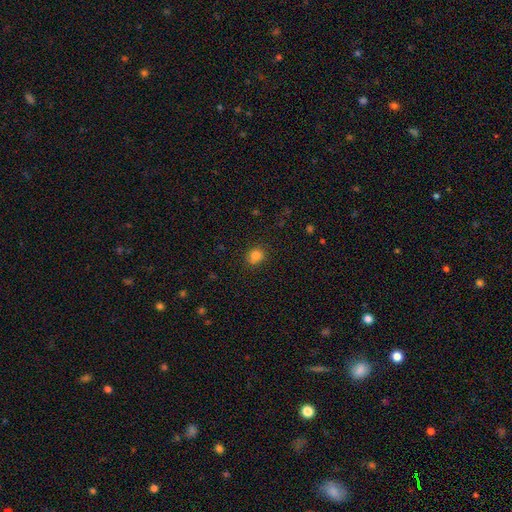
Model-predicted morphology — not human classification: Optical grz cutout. It shows a smooth galaxy with no disk features (82%) that is round (67%). Merging: none (81%).